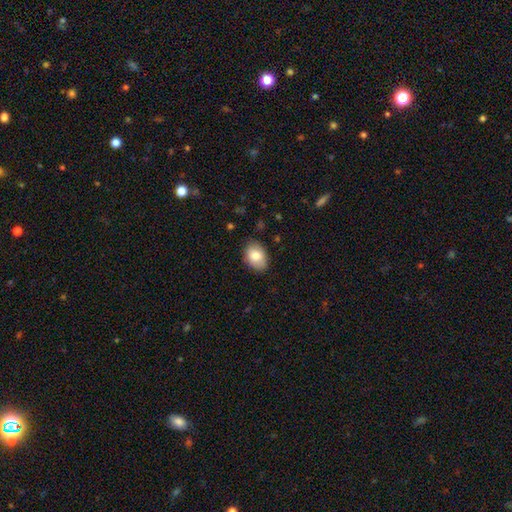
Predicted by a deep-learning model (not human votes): A smooth galaxy with no disk features (80%) that is in between round and cigar-shaped (81%). Merging: none (82%).